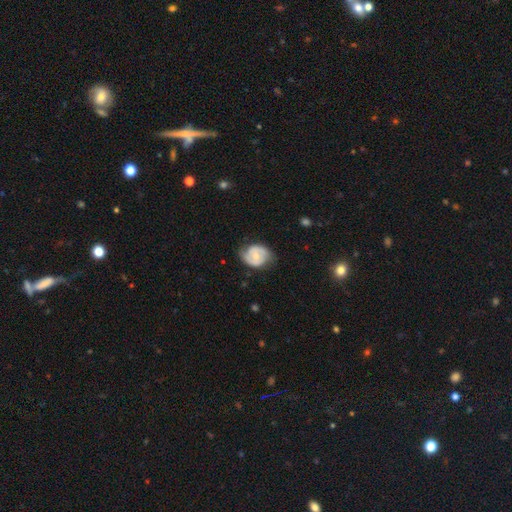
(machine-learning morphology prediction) type=featured or disk (64%); edge-on=no (97%); bar=no (65%); spiral arms=yes (75%); bulge=moderate (58%); merging=none (67%).